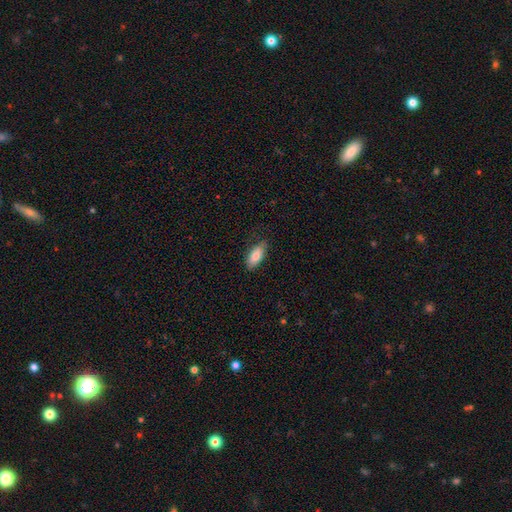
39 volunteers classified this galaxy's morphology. Smooth or featured? 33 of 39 (85%) said smooth. How rounded? 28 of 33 (85%) said in between. Merging? 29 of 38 (76%) said none.